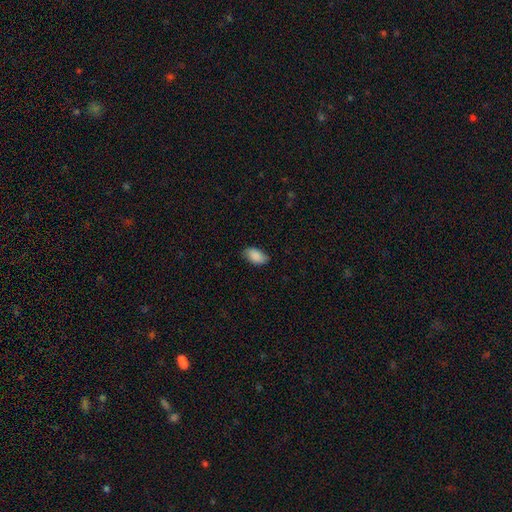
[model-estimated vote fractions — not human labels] A smooth galaxy with no disk features (89%) that is in between round and cigar-shaped (94%).

Vote fractions:
- Smooth or featured? smooth: 89% / star or artifact: 7% / featured or disk: 4%
- How rounded? in between: 94% / round: 4% / cigar-shaped: 2%
- Merging? none: 80% / minor disturbance: 16% / major disturbance: 3% / merger: 1%